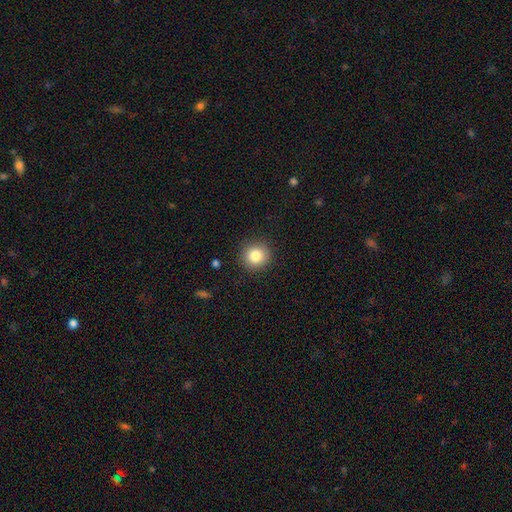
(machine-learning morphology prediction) This appears to be a smooth galaxy with no disk features (83%) that is round (93%). Merging: none (90%).